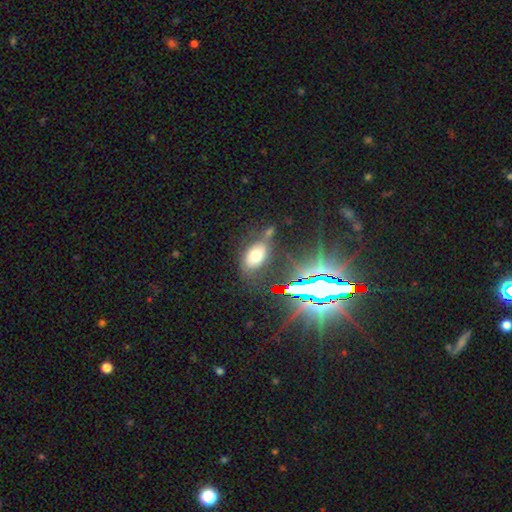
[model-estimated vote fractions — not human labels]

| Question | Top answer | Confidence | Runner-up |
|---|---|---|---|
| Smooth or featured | smooth | 63% | star or artifact (20%) |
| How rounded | in between | 83% | round (15%) |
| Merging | none | 62% | minor disturbance (20%) |